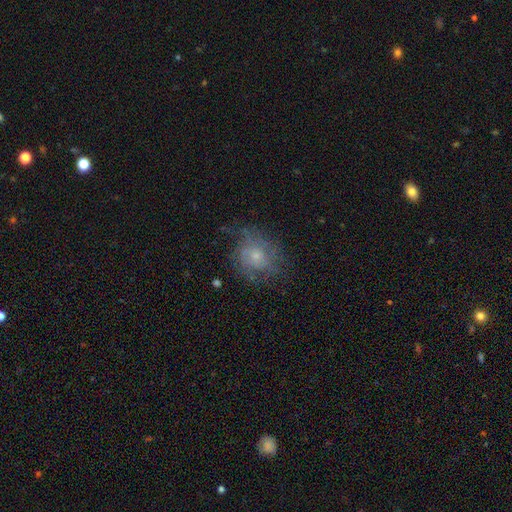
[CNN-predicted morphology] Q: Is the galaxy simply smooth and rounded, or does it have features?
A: featured or disk — 52%.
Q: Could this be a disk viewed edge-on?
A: no — 97%.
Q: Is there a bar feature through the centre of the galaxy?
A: no — 83%.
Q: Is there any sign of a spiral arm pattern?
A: yes — 66%.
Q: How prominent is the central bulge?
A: small — 63%.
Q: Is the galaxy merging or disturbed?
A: none — 57%.